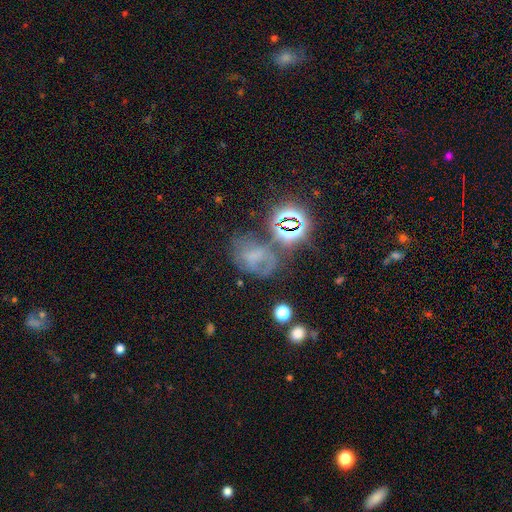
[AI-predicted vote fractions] Smooth or featured? featured or disk (35%)
Merging? none (39%)